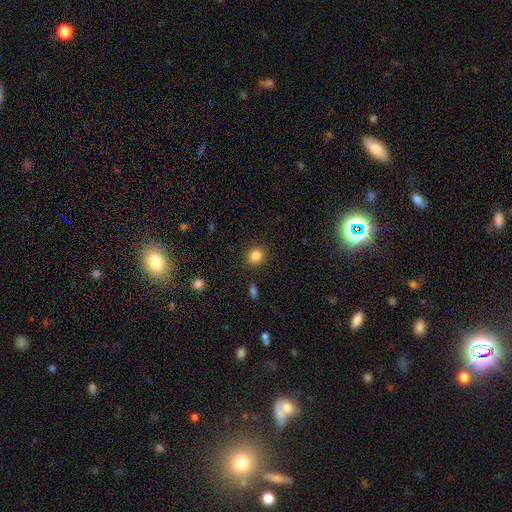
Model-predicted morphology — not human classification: Smooth or featured?
  - smooth: 84% *
  - star or artifact: 10%
  - featured or disk: 5%
How rounded?
  - round: 76% *
  - in between: 23%
  - cigar-shaped: 1%
Merging?
  - none: 89% *
  - minor disturbance: 7%
  - major disturbance: 2%
  - merger: 2%